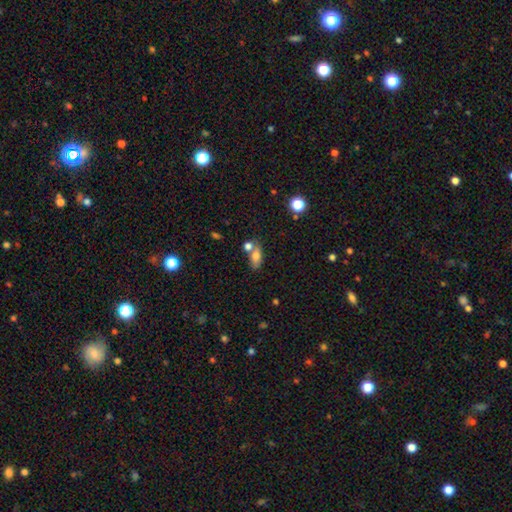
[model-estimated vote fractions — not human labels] Overall: smooth (72%). How rounded: in between (80%). Merging: none (50%; merger 31%).